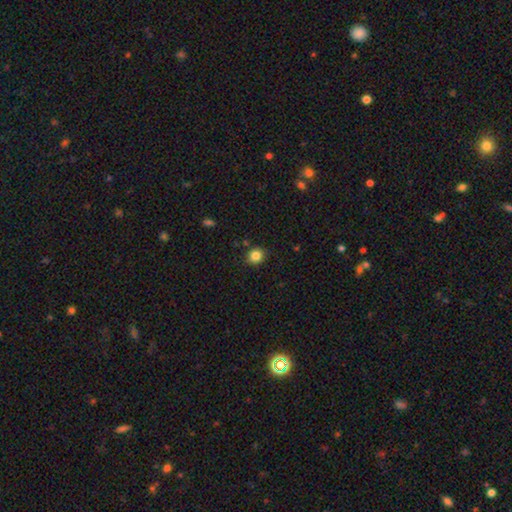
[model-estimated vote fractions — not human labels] Smooth or featured?
  - smooth: 83% *
  - star or artifact: 11%
  - featured or disk: 5%
How rounded?
  - round: 78% *
  - in between: 21%
  - cigar-shaped: 1%
Merging?
  - none: 86% *
  - minor disturbance: 9%
  - merger: 2%
  - major disturbance: 2%